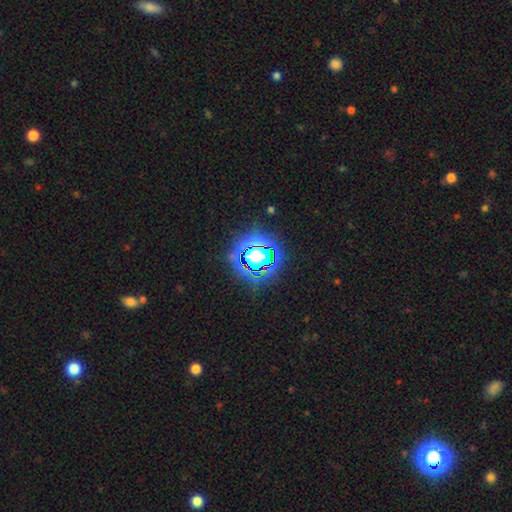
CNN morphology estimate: smooth-or-featured: star or artifact: 65% | smooth: 22% | featured or disk: 12%